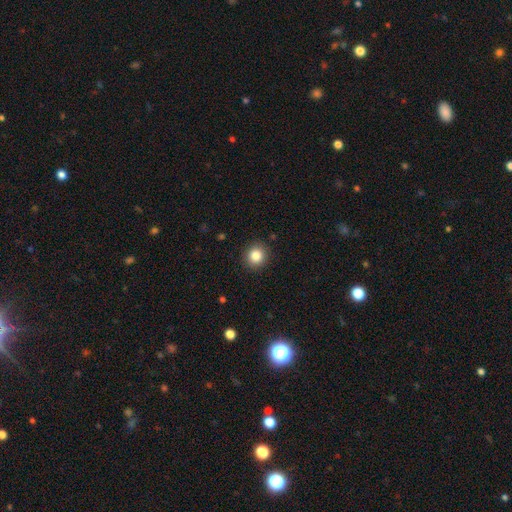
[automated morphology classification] Q: Smooth or featured?
A: smooth (84%); runner-up: star or artifact (10%)
Q: How rounded?
A: round (86%); runner-up: in between (13%)
Q: Merging?
A: none (91%); runner-up: minor disturbance (6%)